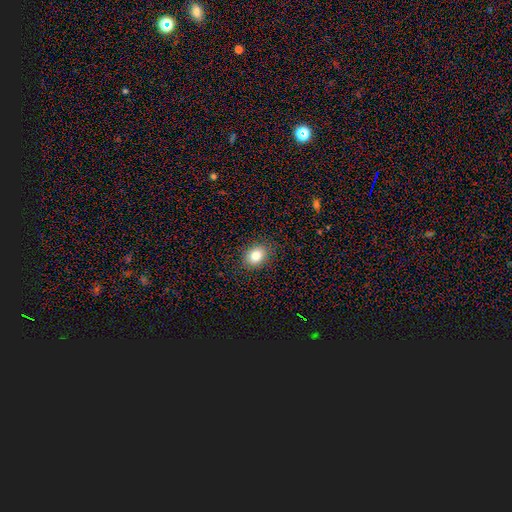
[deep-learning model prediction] Smooth or featured: smooth — 83% (star or artifact — 10%)
How rounded: in between — 58% (round — 41%)
Merging: none — 88% (minor disturbance — 8%)